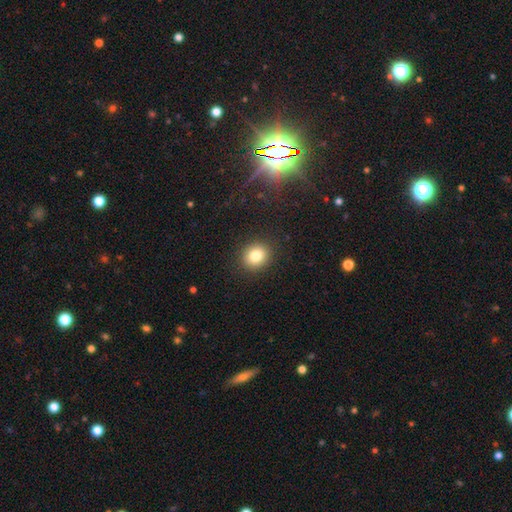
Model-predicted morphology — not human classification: This appears to be a smooth galaxy with no disk features (82%) that is round (72%). Merging: none (89%).